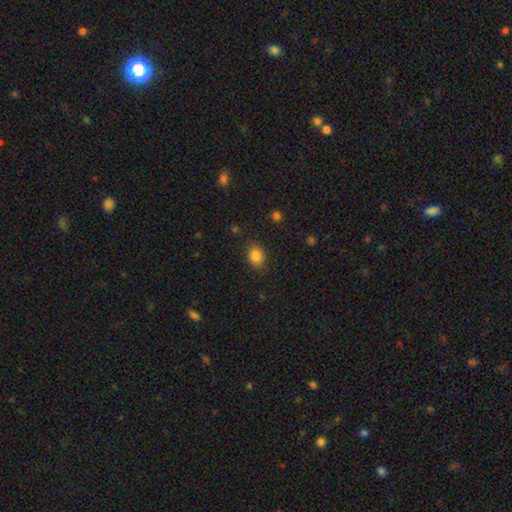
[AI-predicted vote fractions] This appears to be a smooth galaxy with no disk features (86%) that is in between round and cigar-shaped (61%). Merging: none (84%).